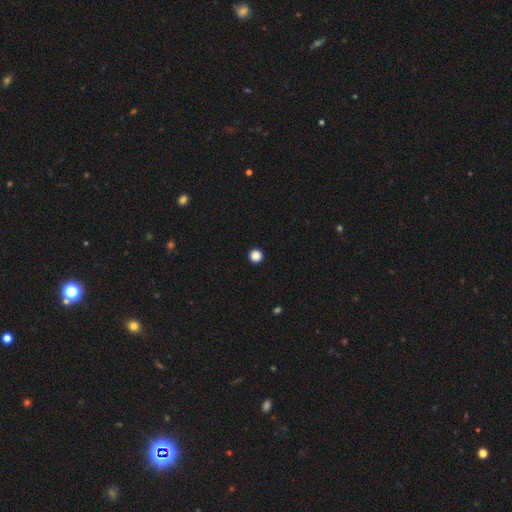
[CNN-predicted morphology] smooth-or-featured: smooth: 86% | star or artifact: 11% | featured or disk: 2%
  how-rounded: round: 96% | in between: 3% | cigar-shaped: 1%
  merging: none: 94% | minor disturbance: 3% | major disturbance: 1% | merger: 1%